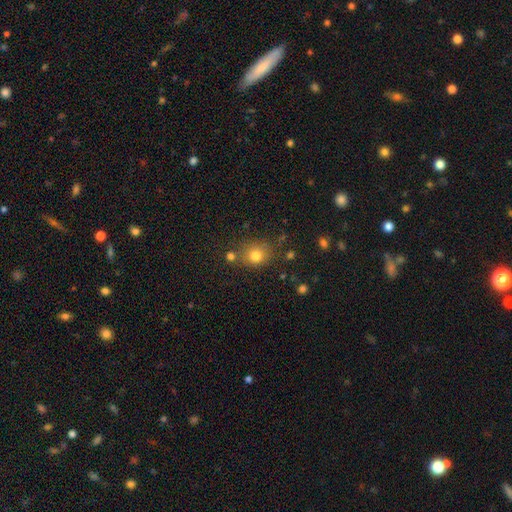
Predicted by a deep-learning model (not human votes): Morphology: type=smooth (78%); roundness=round (71%); merging=none (73%).